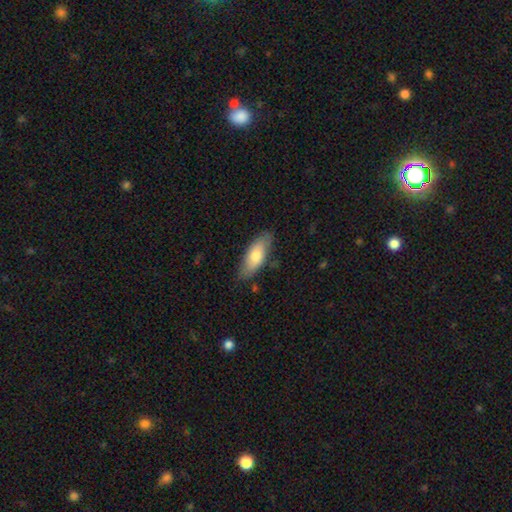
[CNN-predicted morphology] smooth-or-featured: smooth: 72% | featured or disk: 23% | star or artifact: 6%
  how-rounded: in between: 75% | cigar-shaped: 23% | round: 2%
  merging: none: 77% | minor disturbance: 18% | major disturbance: 3% | merger: 2%